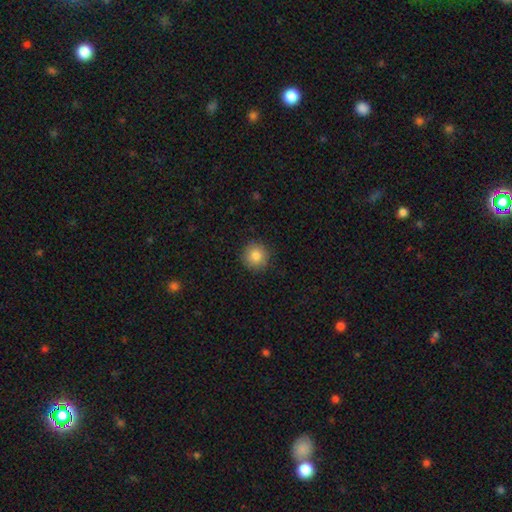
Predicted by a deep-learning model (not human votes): A smooth galaxy with no disk features (83%) that is round (95%).

Vote fractions:
- Smooth or featured? smooth: 83% / star or artifact: 10% / featured or disk: 7%
- How rounded? round: 95% / in between: 4% / cigar-shaped: 1%
- Merging? none: 91% / minor disturbance: 6% / major disturbance: 2% / merger: 1%